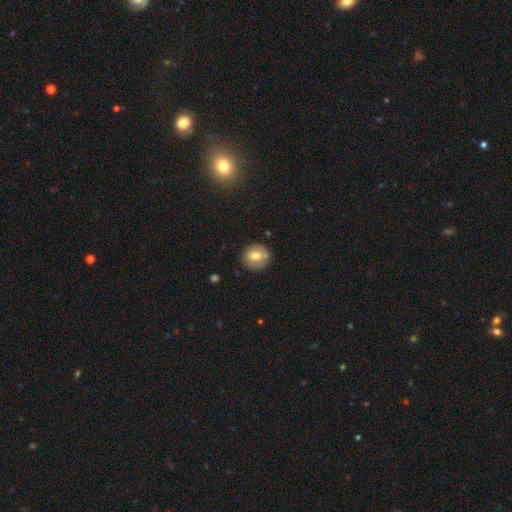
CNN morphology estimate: Q: Smooth or featured?
A: smooth (60%); runner-up: featured or disk (32%)
Q: How rounded?
A: round (83%); runner-up: in between (16%)
Q: Merging?
A: none (83%); runner-up: minor disturbance (12%)